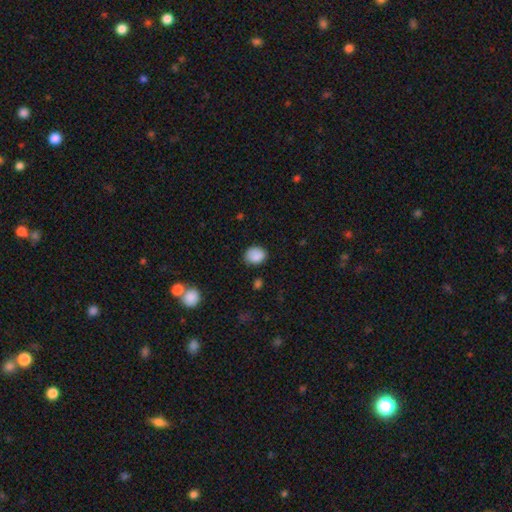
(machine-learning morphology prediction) Smooth or featured: smooth — 86% (star or artifact — 9%)
How rounded: in between — 55% (round — 44%)
Merging: none — 75% (minor disturbance — 19%)